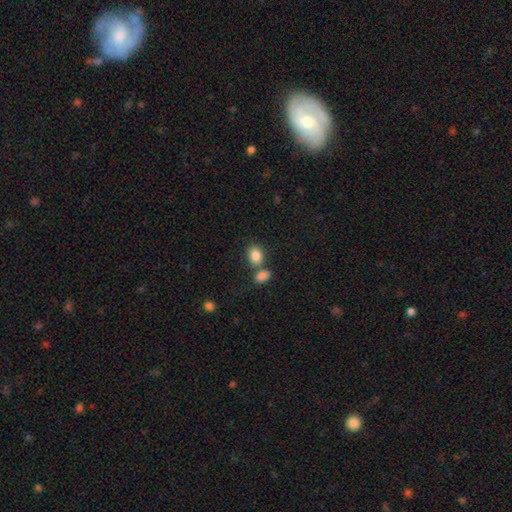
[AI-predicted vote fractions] Smooth or featured? Predicted: smooth (p=0.86). How rounded? Predicted: in between (p=0.70). Merging? Predicted: none (p=0.52).